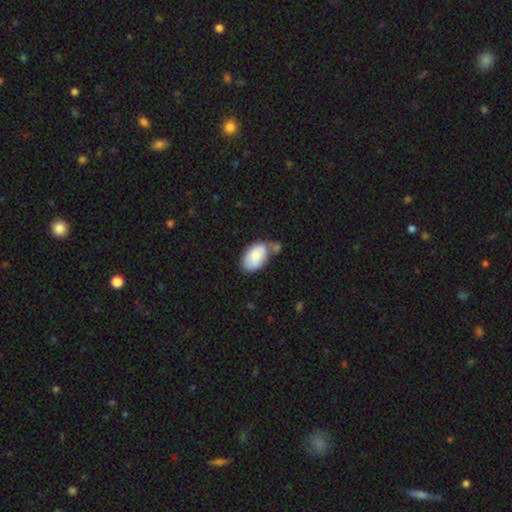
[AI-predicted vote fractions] Overall: smooth (82%). How rounded: in between (94%). Merging: none (46%; minor disturbance 24%).